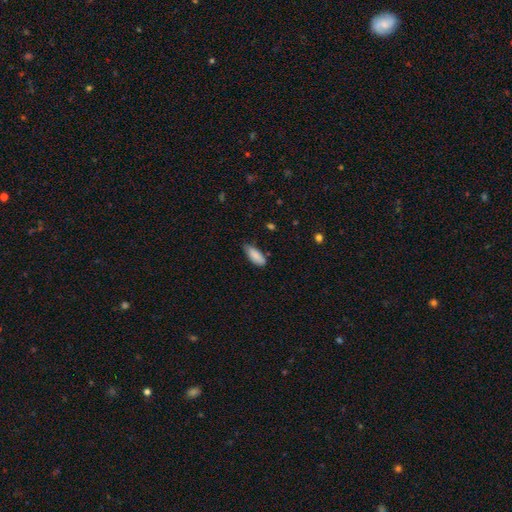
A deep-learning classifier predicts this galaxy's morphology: type=smooth (87%); roundness=in between (77%); merging=none (68%).